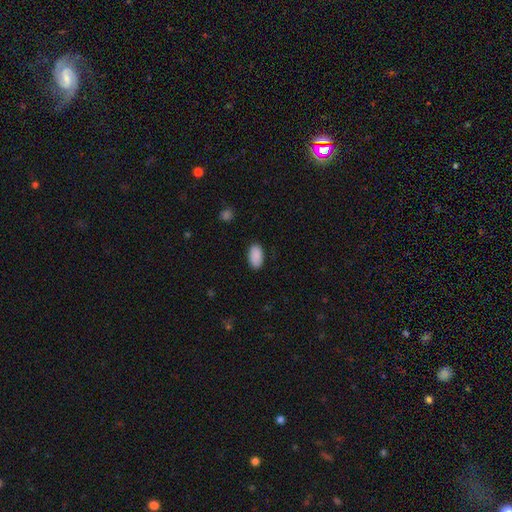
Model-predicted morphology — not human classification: smooth 90%, star or artifact 7%, featured or disk 3%. Down the decision tree: how rounded — in between (95%); merging — none (87%).